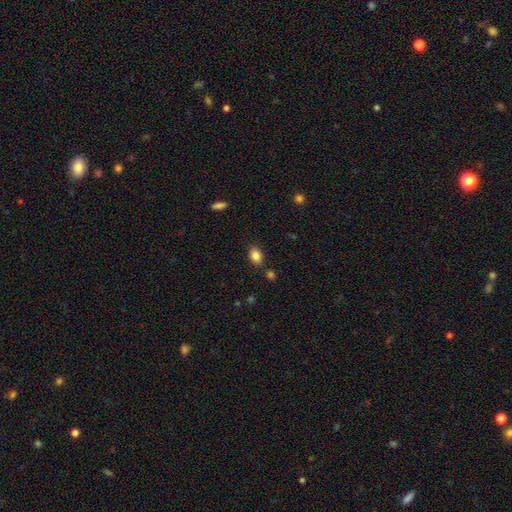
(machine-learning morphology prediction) type=smooth (85%); roundness=in between (81%); merging=none (82%).